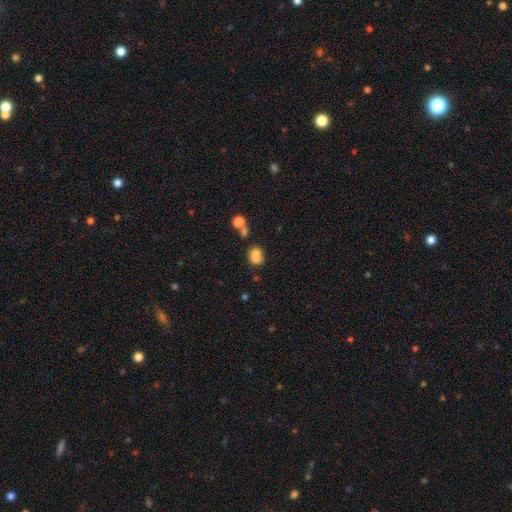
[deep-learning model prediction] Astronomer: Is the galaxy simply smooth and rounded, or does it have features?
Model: smooth — 72%.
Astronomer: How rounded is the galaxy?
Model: round — 57% (runner-up: in between, 42%).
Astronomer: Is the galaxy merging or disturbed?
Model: merger — 47% (runner-up: none, 36%).